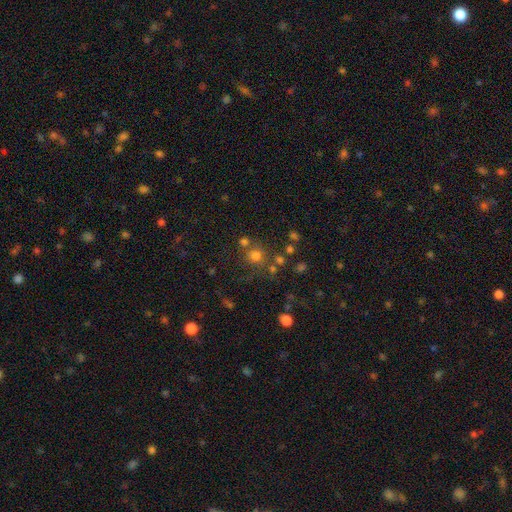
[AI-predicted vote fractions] This appears to be a smooth galaxy with no disk features (70%) that is round (89%). Merging: none (68%).